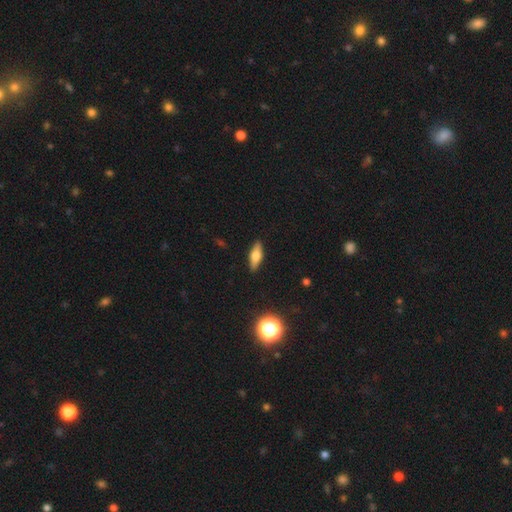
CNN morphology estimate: Smooth or featured? smooth (53%)
How rounded? in between (56%)
Merging? none (89%)